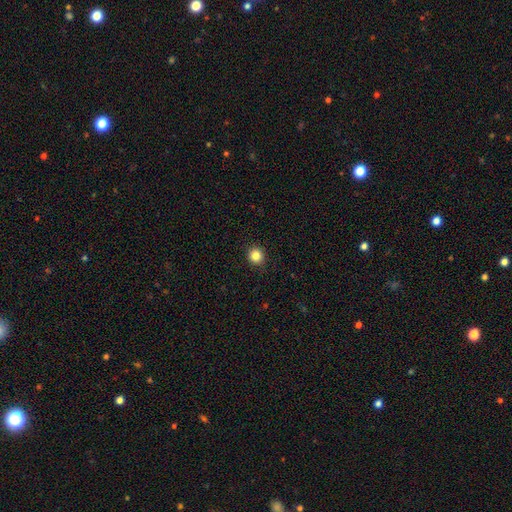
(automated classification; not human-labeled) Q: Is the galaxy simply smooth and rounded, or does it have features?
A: smooth — 84%.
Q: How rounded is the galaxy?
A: round — 91%.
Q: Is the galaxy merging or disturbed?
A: none — 92%.